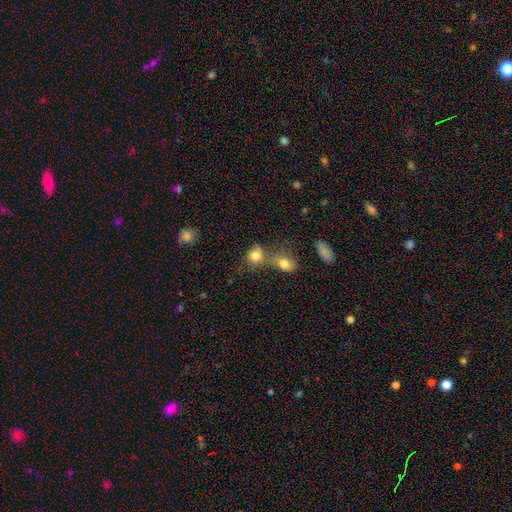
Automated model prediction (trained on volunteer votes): This appears to be a smooth galaxy with no disk features (81%) that is round (71%). Merging: merger (45%).